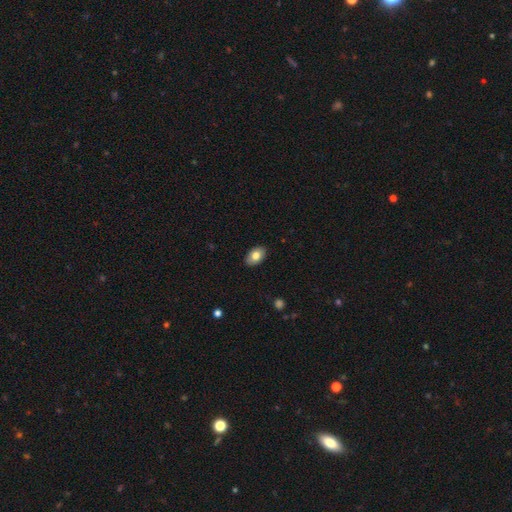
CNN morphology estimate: This is likely a smooth galaxy (79%). How rounded: clearly in between (89%). Merging: clearly none (88%).